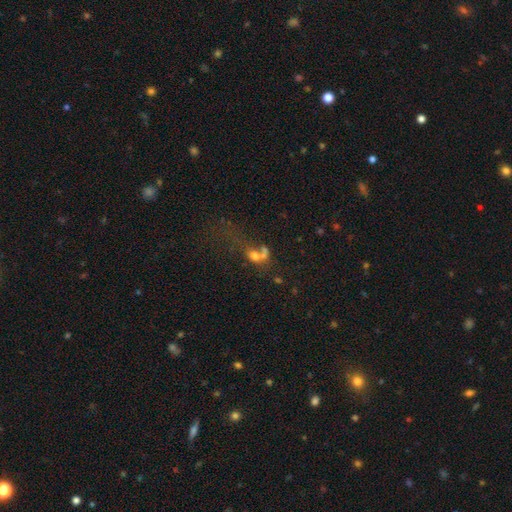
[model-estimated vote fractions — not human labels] A smooth galaxy with no disk features (59%) that is in between round and cigar-shaped (49%). Merging: merger (54%).